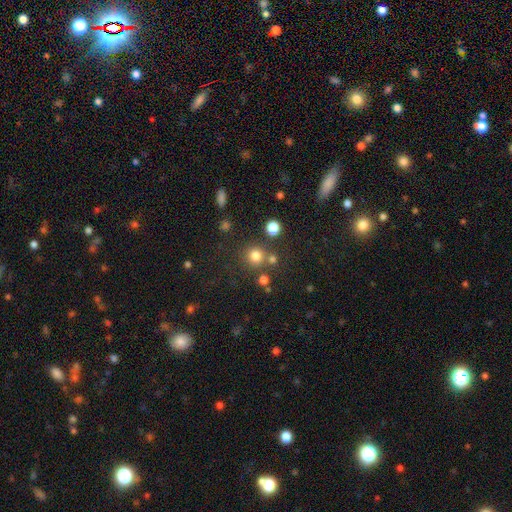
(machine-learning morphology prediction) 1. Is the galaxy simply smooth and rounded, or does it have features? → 78% smooth, 17% star or artifact, 6% featured or disk.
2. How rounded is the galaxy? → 92% round, 7% in between, 1% cigar-shaped.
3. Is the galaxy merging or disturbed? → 76% none, 12% merger, 8% minor disturbance, 4% major disturbance.